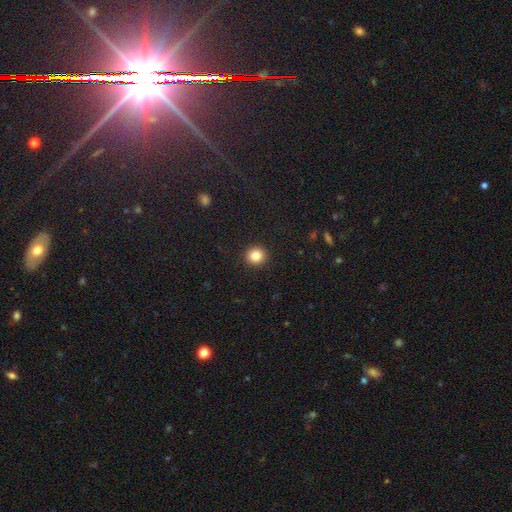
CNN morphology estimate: Overall: smooth (84%). How rounded: round (92%). Merging: none (93%).